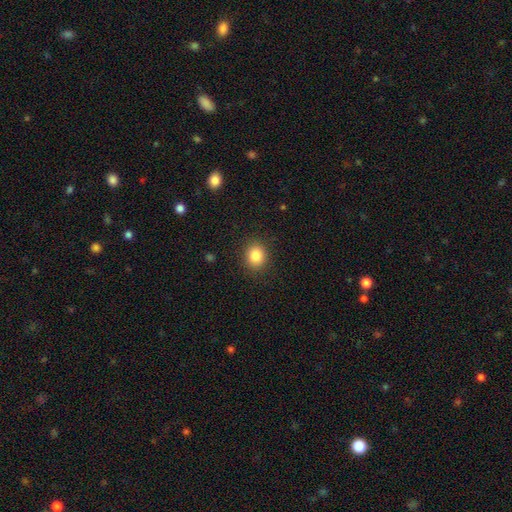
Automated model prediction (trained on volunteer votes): Smooth or featured? Predicted: smooth (p=0.85). How rounded? Predicted: round (p=0.75). Merging? Predicted: none (p=0.89).